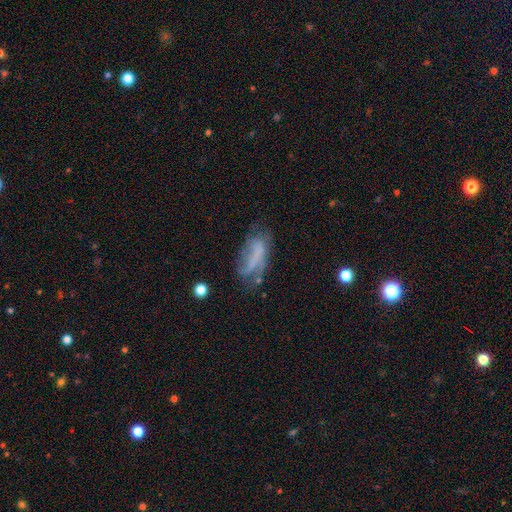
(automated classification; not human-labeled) smooth-or-featured: smooth: 46% | featured or disk: 42% | star or artifact: 12%
  merging: none: 39% | minor disturbance: 29% | major disturbance: 26% | merger: 6%